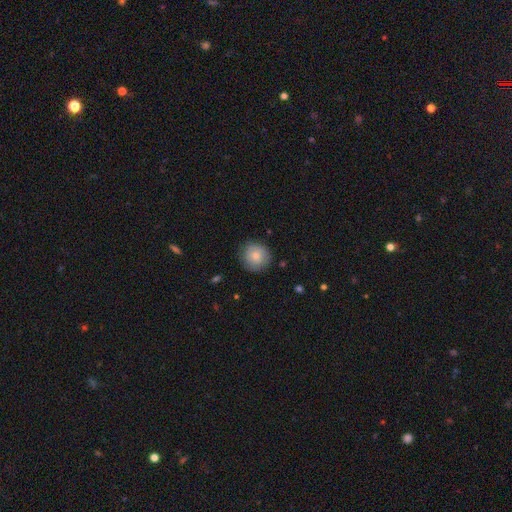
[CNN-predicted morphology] type=smooth (79%); roundness=round (92%); merging=none (84%).